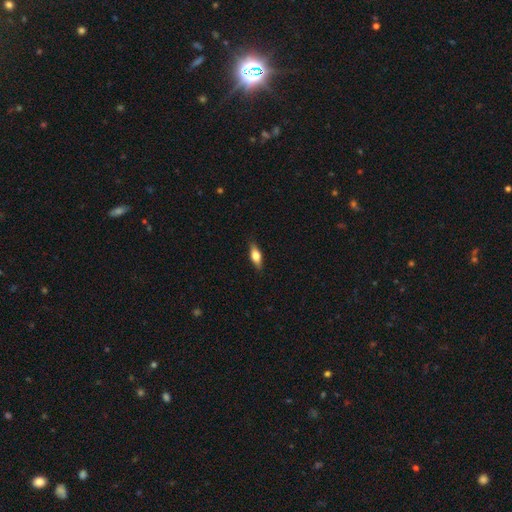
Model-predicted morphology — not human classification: A smooth galaxy with no disk features (65%) that is in between round and cigar-shaped (69%). Merging: none (85%).